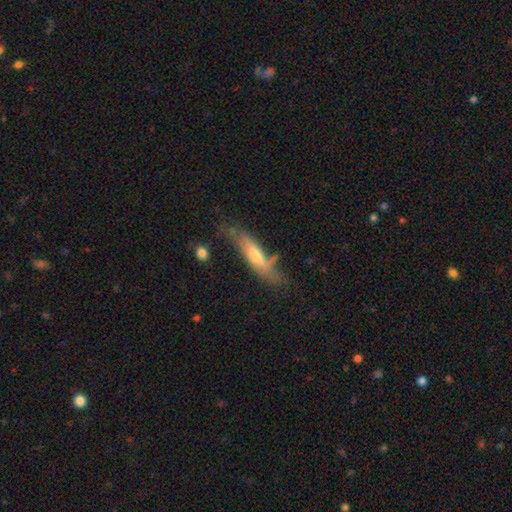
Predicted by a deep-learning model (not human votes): Smooth or featured? smooth (48%)
Merging? none (53%)